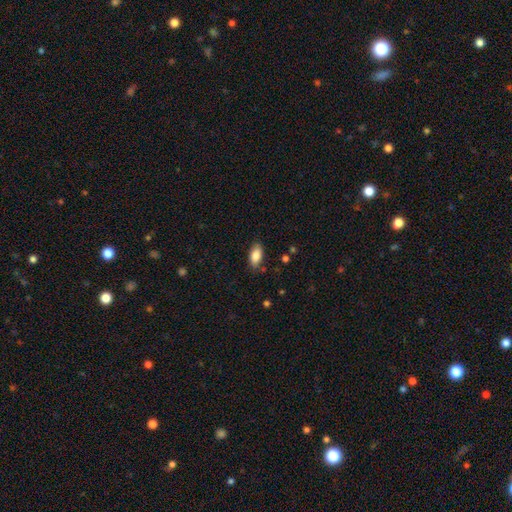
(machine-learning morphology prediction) Smooth or featured: smooth — 86% (featured or disk — 7%)
How rounded: in between — 92% (cigar-shaped — 5%)
Merging: none — 83% (minor disturbance — 13%)